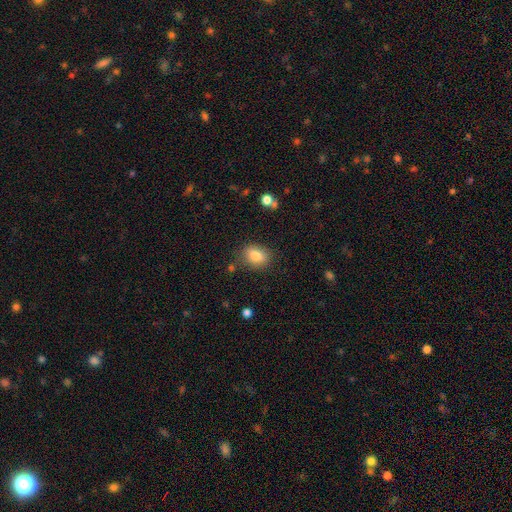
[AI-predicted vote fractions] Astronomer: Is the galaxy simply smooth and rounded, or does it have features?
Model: smooth — 83%.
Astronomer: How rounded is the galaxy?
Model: in between — 71%.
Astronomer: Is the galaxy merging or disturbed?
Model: none — 80%.